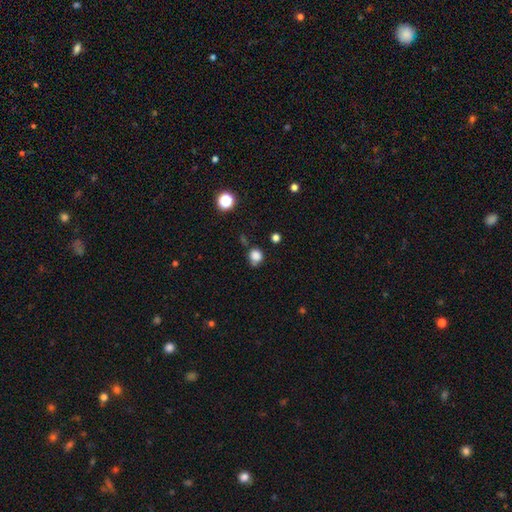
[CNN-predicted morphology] smooth-or-featured: smooth: 82% | star or artifact: 13% | featured or disk: 5%
  how-rounded: round: 83% | in between: 16% | cigar-shaped: 1%
  merging: none: 62% | minor disturbance: 23% | merger: 8% | major disturbance: 7%